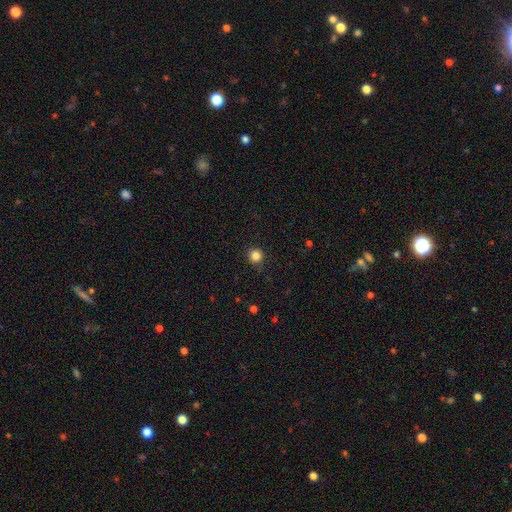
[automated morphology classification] smooth 84%, star or artifact 12%, featured or disk 4%. Down the decision tree: how rounded — round (94%); merging — none (89%).